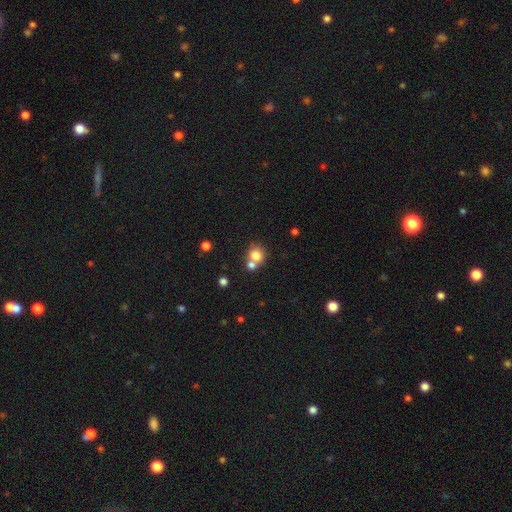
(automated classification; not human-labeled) smooth_or_featured: smooth (p=0.78) [alt: star or artifact p=0.11]
how_rounded: round (p=0.82) [alt: in between p=0.18]
merging: none (p=0.46) [alt: merger p=0.43]